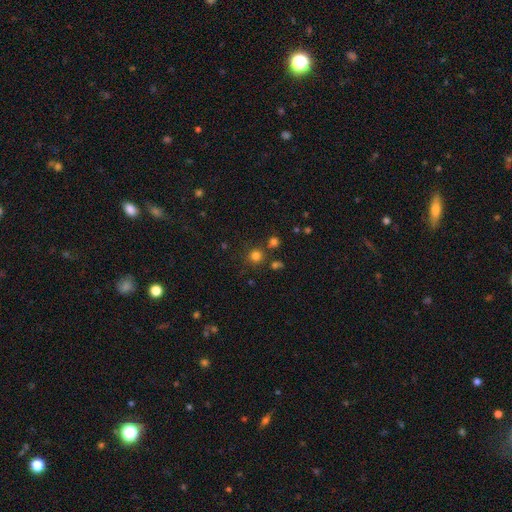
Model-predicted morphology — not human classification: This is likely a smooth galaxy (76%). How rounded: clearly round (93%). Merging: likely none (79%).